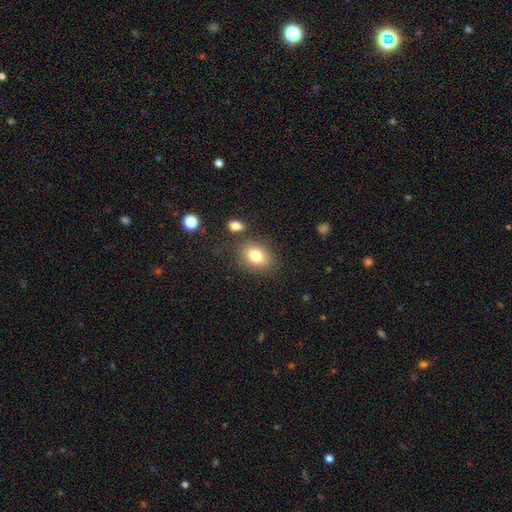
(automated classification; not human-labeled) Smooth or featured?
  - smooth: 81% *
  - featured or disk: 10%
  - star or artifact: 9%
How rounded?
  - in between: 65% *
  - round: 34%
  - cigar-shaped: 1%
Merging?
  - none: 77% *
  - minor disturbance: 12%
  - merger: 6%
  - major disturbance: 4%